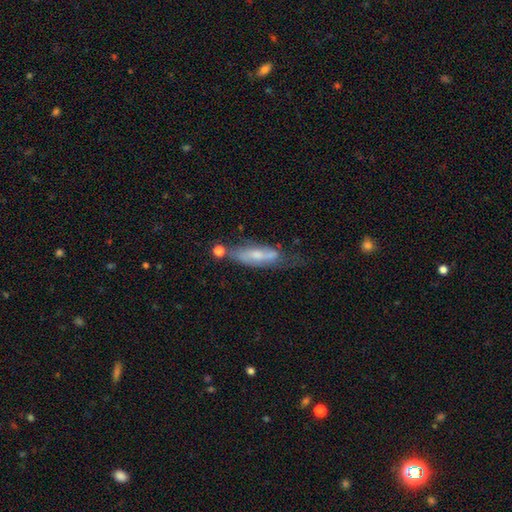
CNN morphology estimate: Smooth or featured? Predicted: featured or disk (p=0.53). Edge-on disk? Predicted: no (p=0.57). Merging? Predicted: none (p=0.48).